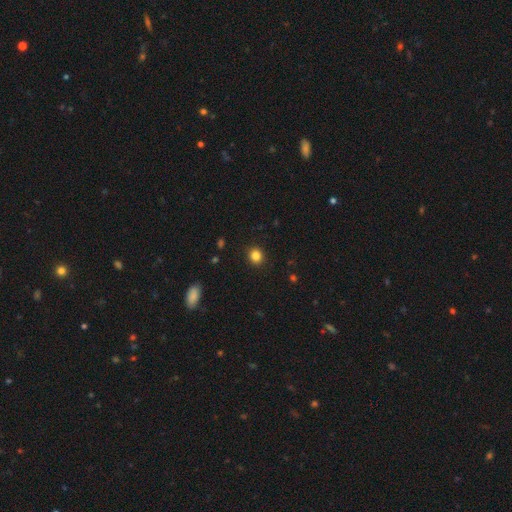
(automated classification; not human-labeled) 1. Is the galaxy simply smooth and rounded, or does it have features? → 83% smooth, 12% star or artifact, 5% featured or disk.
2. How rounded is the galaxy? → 85% round, 14% in between, 1% cigar-shaped.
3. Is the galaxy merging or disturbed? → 92% none, 6% minor disturbance, 2% major disturbance, 1% merger.